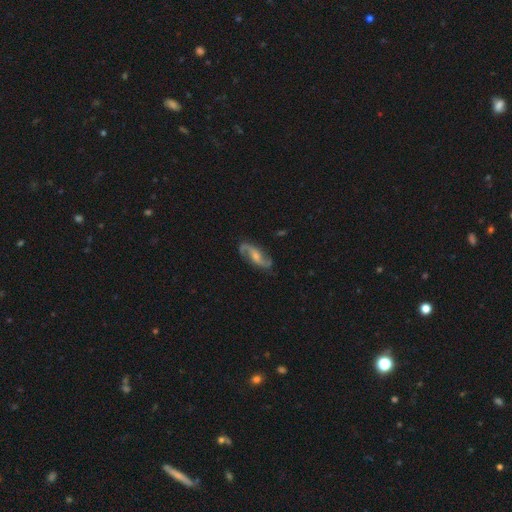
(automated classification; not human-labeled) smooth-or-featured: featured or disk: 87% | smooth: 8% | star or artifact: 5%
  disk-edge-on: no: 95% | yes: 5%
    bar: weak: 44% | no: 39% | strong: 17%
    has-spiral-arms: yes: 97% | no: 3%
      spiral-winding: loose: 53% | medium: 38% | tight: 9%
      spiral-arm-count: 2: 93% | can't tell: 2% | 1: 2% | 3: 1% | 4: 1% | more than 4: 1%
    bulge-size: moderate: 47% | small: 37% | none: 9% | large: 5% | dominant: 1%
  merging: none: 79% | minor disturbance: 14% | major disturbance: 5% | merger: 2%